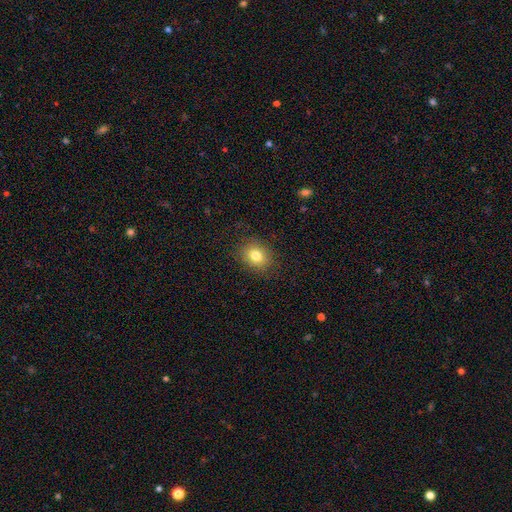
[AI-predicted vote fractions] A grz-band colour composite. It shows a smooth galaxy with no disk features (80%) that is round (60%). Merging: none (87%).